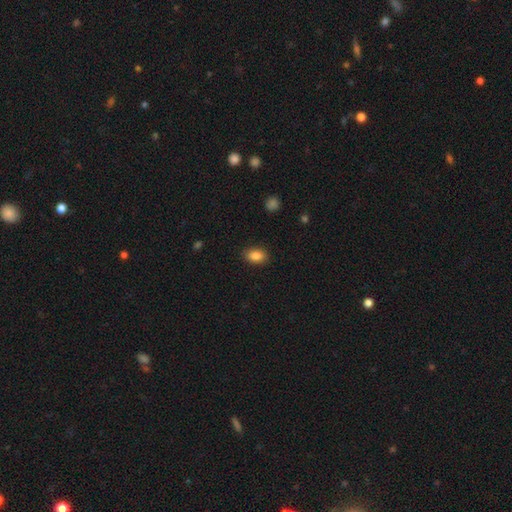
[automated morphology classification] Smooth or featured? smooth (87%)
How rounded? in between (83%)
Merging? none (88%)